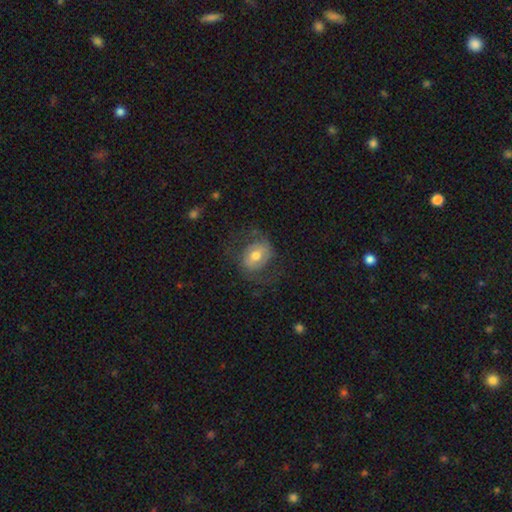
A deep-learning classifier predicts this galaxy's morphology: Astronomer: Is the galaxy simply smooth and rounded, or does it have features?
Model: featured or disk — 48% (runner-up: smooth, 44%).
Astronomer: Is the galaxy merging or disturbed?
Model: none — 59%.